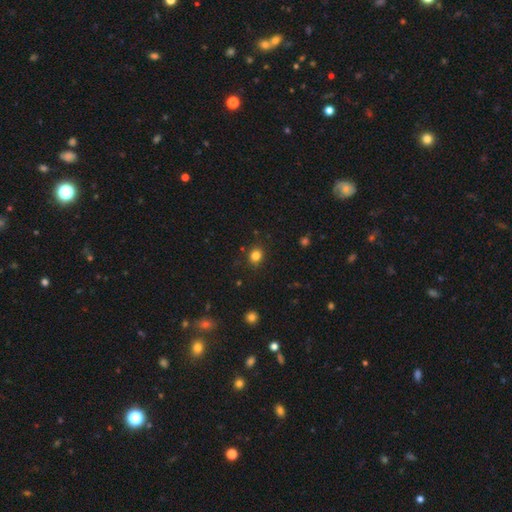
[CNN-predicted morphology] smooth 82%, star or artifact 13%, featured or disk 5%. Down the decision tree: how rounded — round (72%); merging — none (86%).